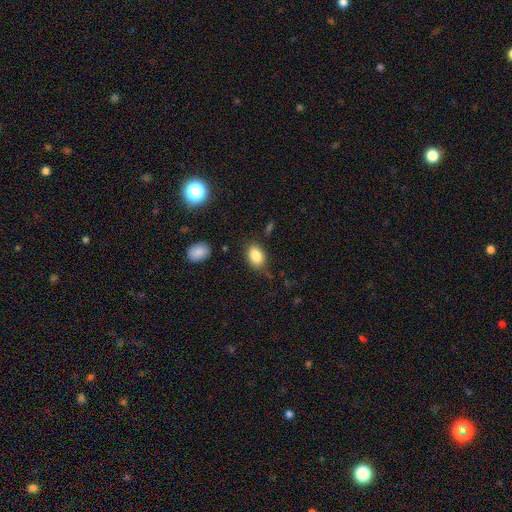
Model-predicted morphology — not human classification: Smooth or featured?
  - smooth: 86% *
  - star or artifact: 8%
  - featured or disk: 6%
How rounded?
  - in between: 82% *
  - round: 17%
  - cigar-shaped: 1%
Merging?
  - none: 73% *
  - minor disturbance: 19%
  - major disturbance: 5%
  - merger: 3%